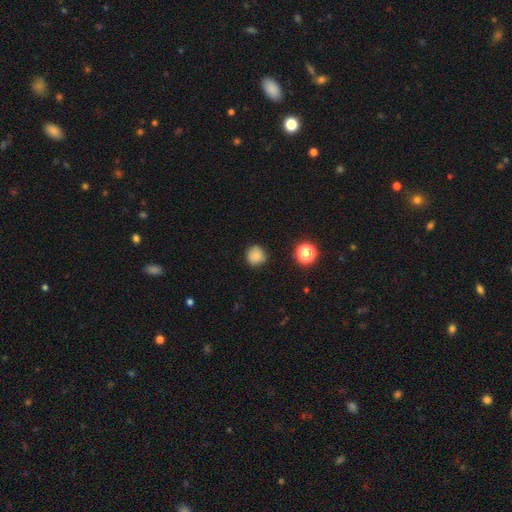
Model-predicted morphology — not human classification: Smooth or featured? smooth (82%)
How rounded? round (91%)
Merging? none (83%)